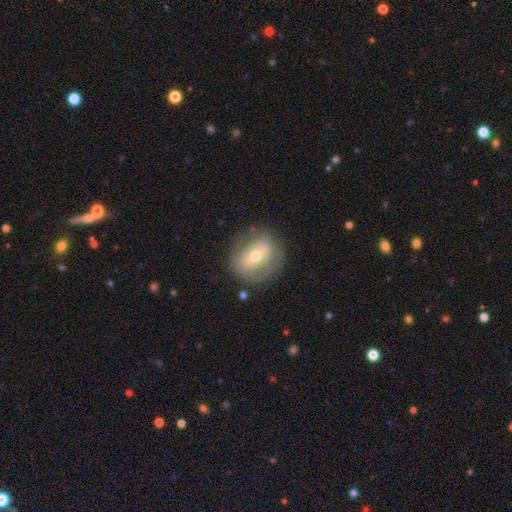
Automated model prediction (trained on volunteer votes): Smooth or featured? Predicted: featured or disk (p=0.65). Edge-on disk? Predicted: no (p=0.95). Bar? Predicted: weak (p=0.41). Spiral arms? Predicted: no (p=0.50, tied with yes). Bulge size? Predicted: moderate (p=0.69). Merging? Predicted: none (p=0.75).